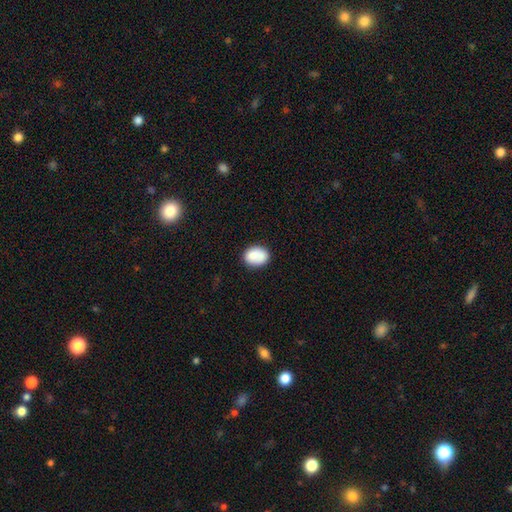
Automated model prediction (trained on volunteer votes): Overall: smooth (84%). How rounded: in between (62%; round 37%). Merging: none (72%).